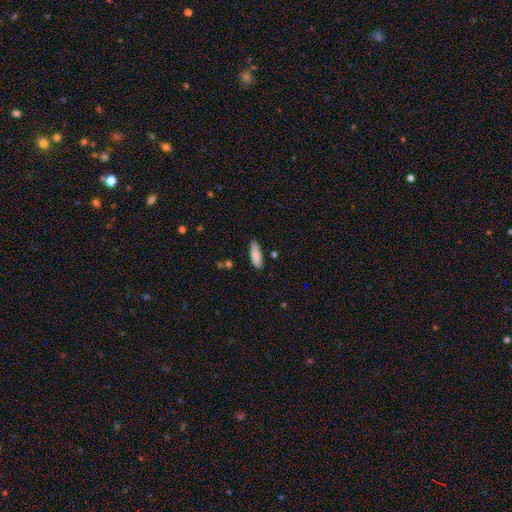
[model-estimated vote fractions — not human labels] smooth_or_featured: smooth (p=0.86) [alt: featured or disk p=0.08]
how_rounded: in between (p=0.59) [alt: cigar-shaped p=0.40]
merging: none (p=0.79) [alt: minor disturbance p=0.16]